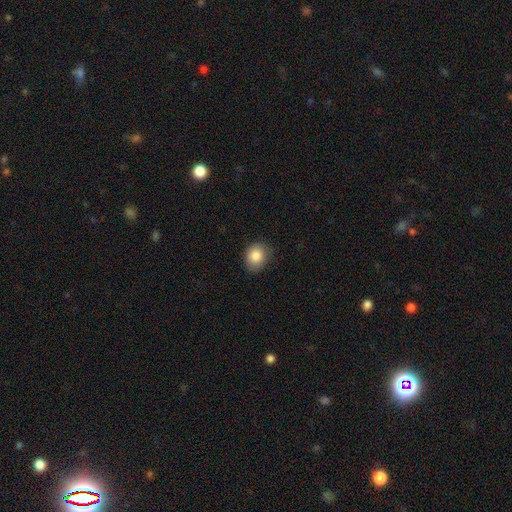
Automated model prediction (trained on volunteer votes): Smooth or featured? Predicted: smooth (p=0.85). How rounded? Predicted: round (p=0.62). Merging? Predicted: none (p=0.80).